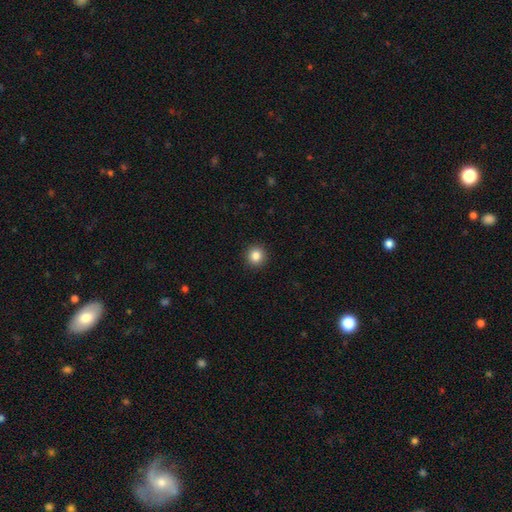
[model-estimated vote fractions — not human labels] A smooth galaxy with no disk features (85%) that is round (94%).

Vote fractions:
- Smooth or featured? smooth: 85% / star or artifact: 10% / featured or disk: 4%
- How rounded? round: 94% / in between: 5% / cigar-shaped: 1%
- Merging? none: 93% / minor disturbance: 4% / major disturbance: 1% / merger: 1%